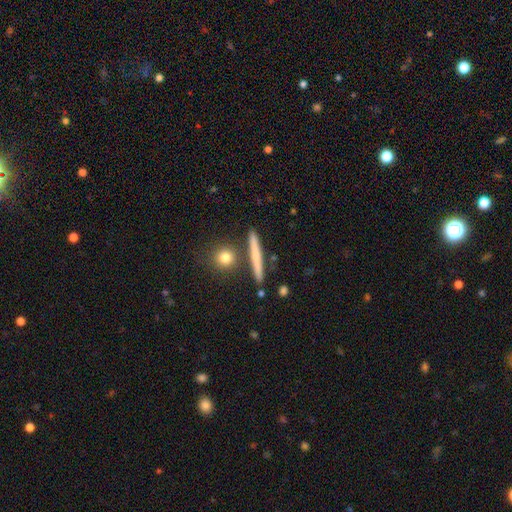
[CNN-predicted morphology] Overall: smooth (58%; featured or disk 35%). How rounded: cigar-shaped (91%). Merging: none (86%).